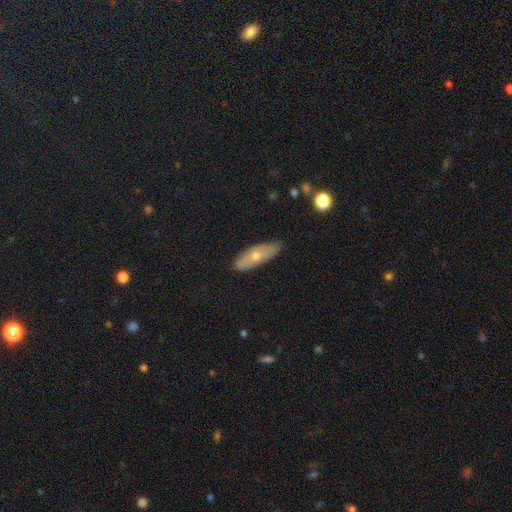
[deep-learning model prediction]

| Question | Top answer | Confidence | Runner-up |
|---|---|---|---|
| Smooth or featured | smooth | 53% | featured or disk (39%) |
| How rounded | in between | 51% | cigar-shaped (46%) |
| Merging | none | 81% | minor disturbance (15%) |